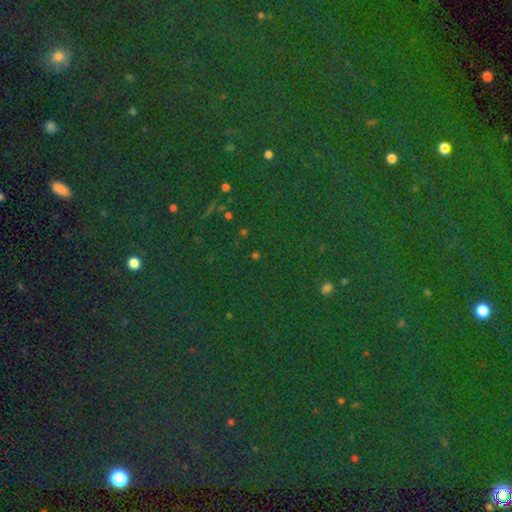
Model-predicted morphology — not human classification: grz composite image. It shows a star or artifact, not a galaxy (77%).